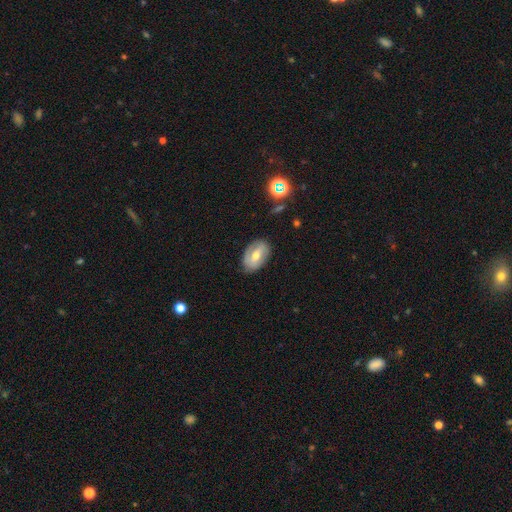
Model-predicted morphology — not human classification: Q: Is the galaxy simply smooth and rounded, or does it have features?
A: featured or disk — 50%.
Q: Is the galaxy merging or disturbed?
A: none — 78%.